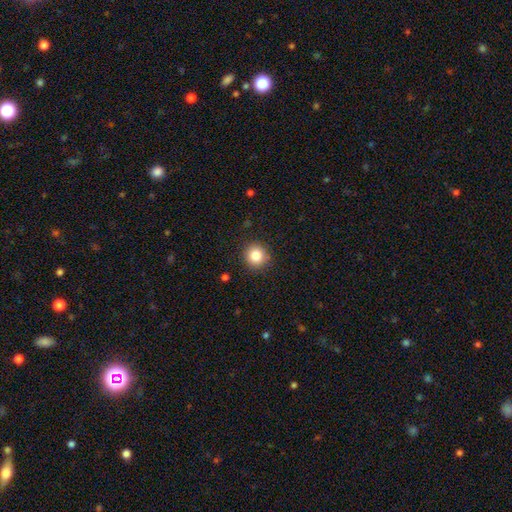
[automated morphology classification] type=smooth (84%); roundness=round (91%); merging=none (89%).